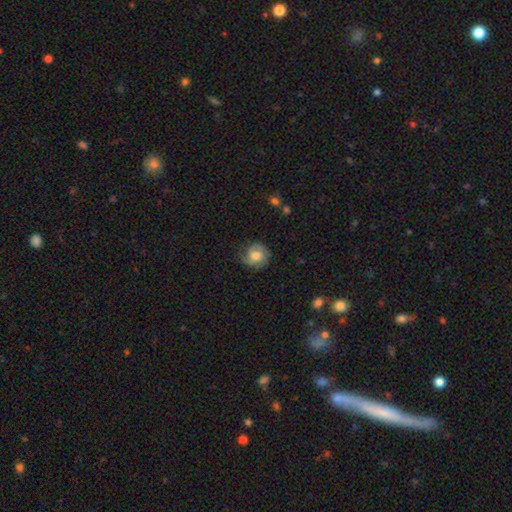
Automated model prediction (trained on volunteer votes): Smooth or featured?
  - featured or disk: 65% *
  - smooth: 28%
  - star or artifact: 7%
Edge-on disk?
  - no: 98% *
  - yes: 2%
Bar?
  - no: 69% *
  - weak: 27%
  - strong: 4%
Spiral arms?
  - yes: 93% *
  - no: 7%
Spiral winding?
  - tight: 50% *
  - medium: 37%
  - loose: 13%
Spiral arm count?
  - 2: 37% *
  - 3: 26%
  - can't tell: 20%
  - 1: 8%
  - 4: 5%
  - more than 4: 4%
Bulge size?
  - moderate: 66% *
  - small: 17%
  - large: 13%
  - none: 2%
  - dominant: 1%
Merging?
  - none: 72% *
  - minor disturbance: 19%
  - major disturbance: 7%
  - merger: 1%